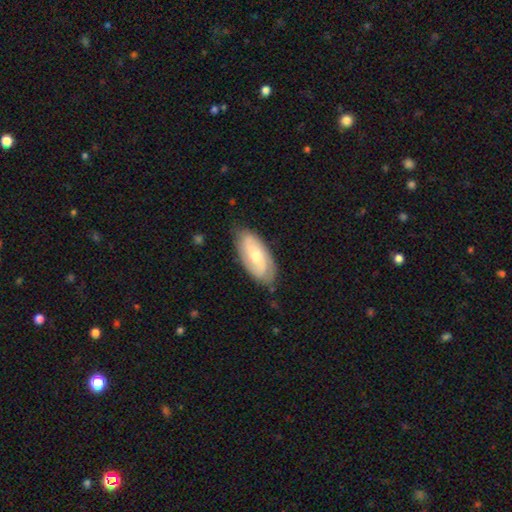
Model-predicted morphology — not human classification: type=featured or disk (57%); edge-on=no (91%); bar=no (67%); spiral arms=yes (84%); bulge=small (52%); merging=none (76%).